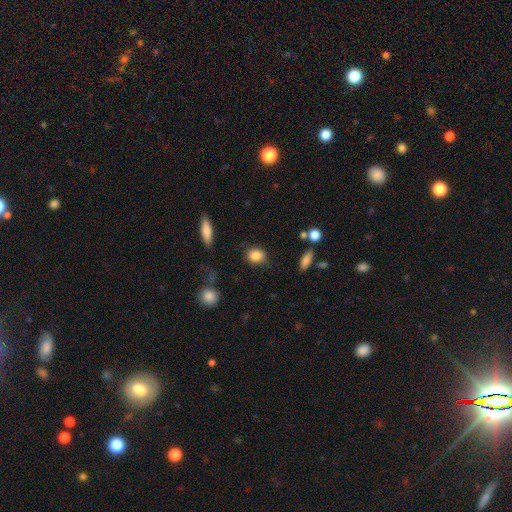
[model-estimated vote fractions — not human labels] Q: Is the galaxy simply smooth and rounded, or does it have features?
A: smooth — 85%.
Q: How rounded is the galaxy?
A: round — 51%.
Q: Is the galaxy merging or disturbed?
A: none — 79%.